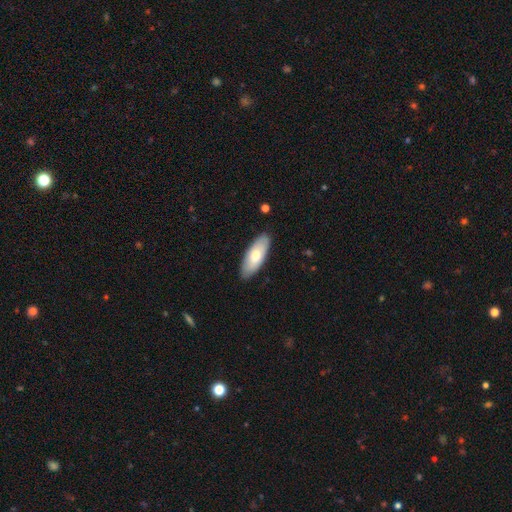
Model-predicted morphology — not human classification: The model was most divided on "smooth or featured": smooth: 70%, featured or disk: 25%, star or artifact: 5%. More confident: merging — none (88%); how rounded — in between (78%).